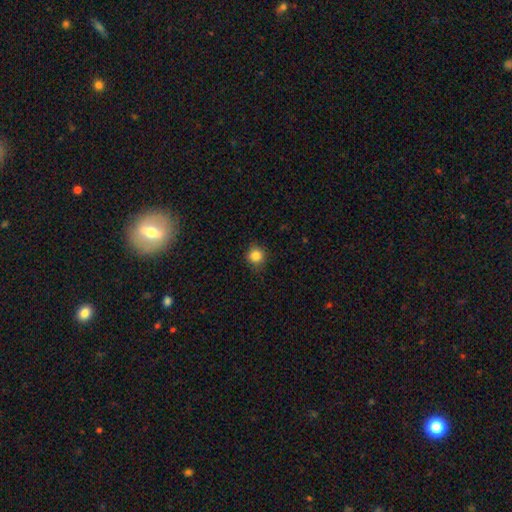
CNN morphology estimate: smooth 84%, star or artifact 11%, featured or disk 5%. Down the decision tree: how rounded — round (91%); merging — none (88%).